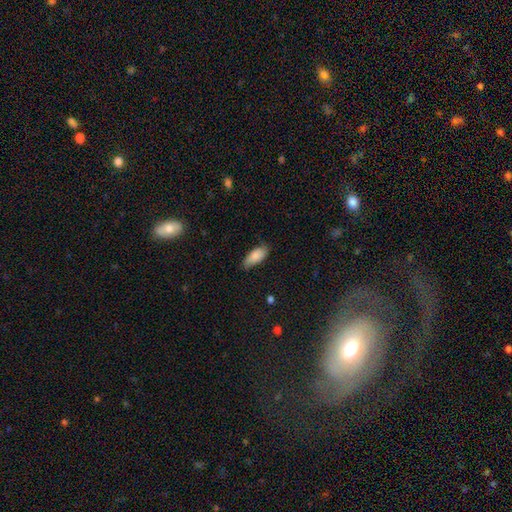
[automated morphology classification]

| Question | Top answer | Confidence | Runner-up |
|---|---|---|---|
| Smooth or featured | smooth | 84% | featured or disk (9%) |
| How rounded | in between | 86% | cigar-shaped (13%) |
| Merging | none | 74% | minor disturbance (21%) |